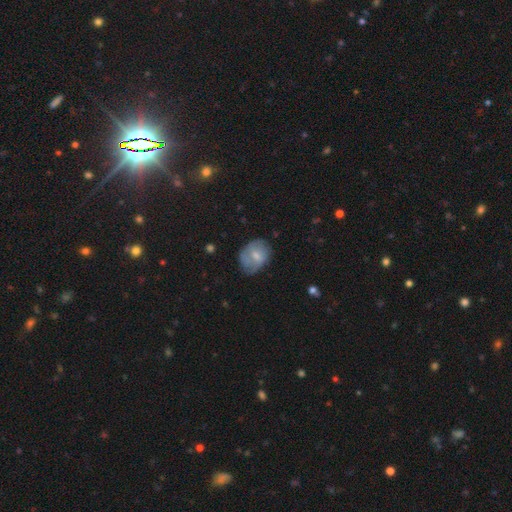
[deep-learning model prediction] The model was most divided on "merging": none: 54%, minor disturbance: 33%, major disturbance: 12%, merger: 2%. More confident: how rounded — in between (62%); smooth or featured — smooth (58%).